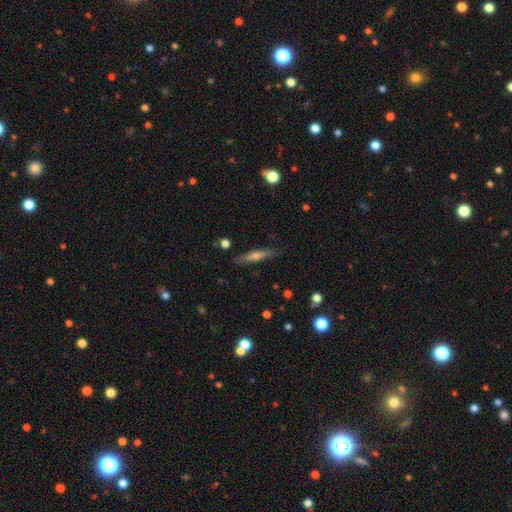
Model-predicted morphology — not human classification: type=featured or disk (52%); edge-on=yes (94%); merging=none (87%).